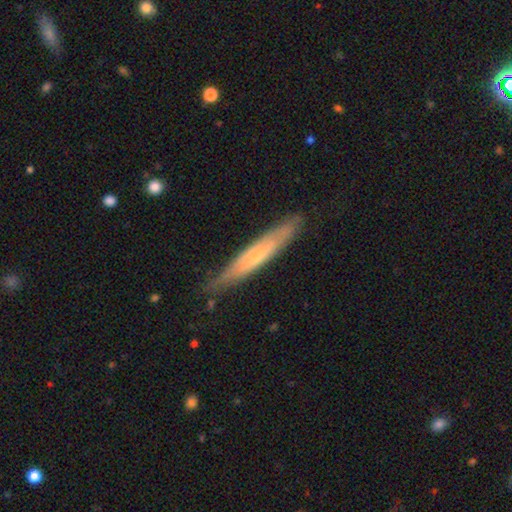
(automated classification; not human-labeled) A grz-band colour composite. It shows a featured or disk galaxy (61%) viewed edge-on (77%). Merging: none (79%).